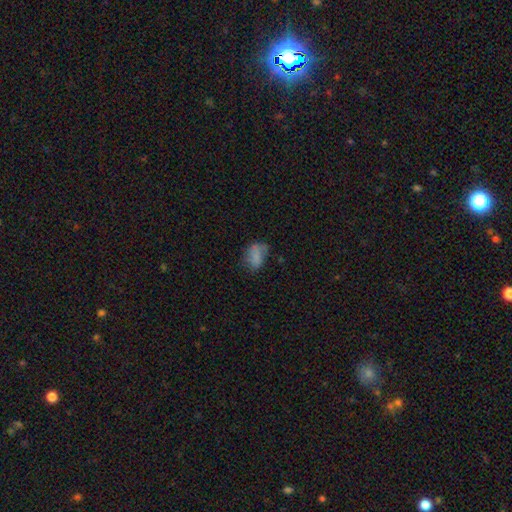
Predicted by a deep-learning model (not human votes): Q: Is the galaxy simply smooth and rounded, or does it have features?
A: smooth — 74%.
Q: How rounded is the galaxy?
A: in between — 82%.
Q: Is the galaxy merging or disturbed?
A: none — 50%.